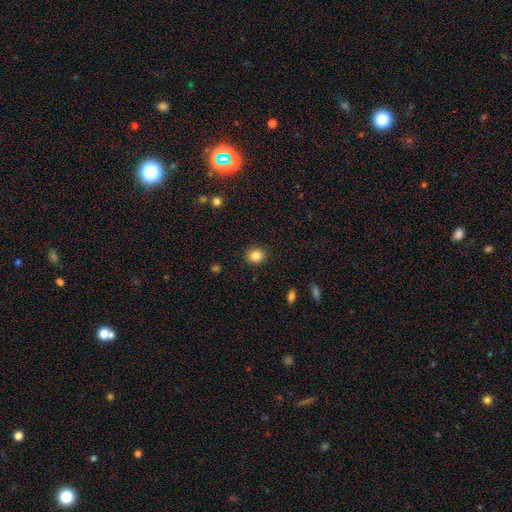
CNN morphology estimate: Smooth or featured: smooth — 85% (star or artifact — 11%)
How rounded: round — 80% (in between — 19%)
Merging: none — 90% (minor disturbance — 7%)